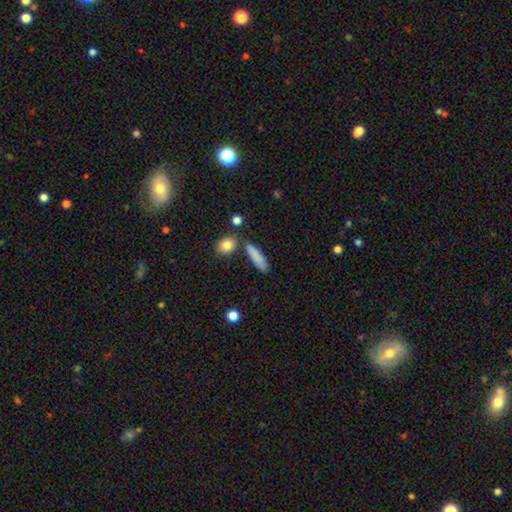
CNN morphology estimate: The model was most divided on "how rounded": cigar-shaped: 64%, in between: 32%, round: 3%. More confident: smooth or featured — smooth (85%); merging — none (77%).